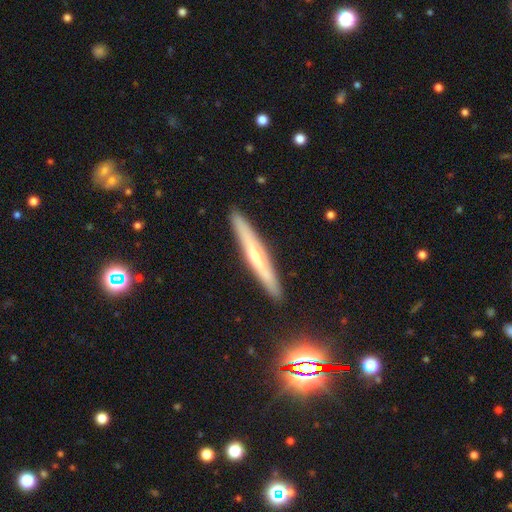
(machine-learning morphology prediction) Smooth or featured: featured or disk — 57% (smooth — 35%)
Edge-on disk: yes — 94% (no — 6%)
Edge-on bulge: rounded — 59% (none — 36%)
Merging: none — 91% (minor disturbance — 7%)